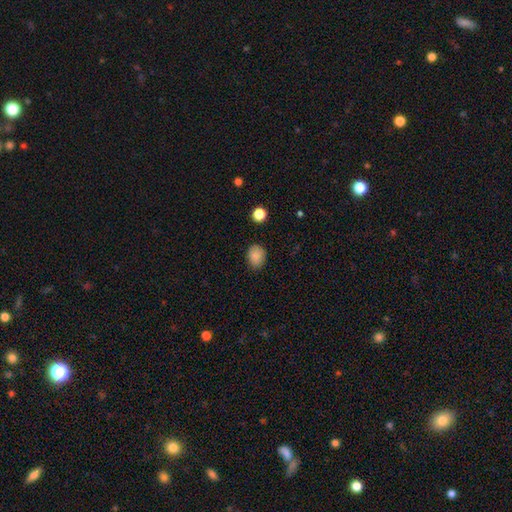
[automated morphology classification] Smooth or featured: smooth — 86% (star or artifact — 10%)
How rounded: in between — 58% (round — 41%)
Merging: none — 81% (minor disturbance — 14%)